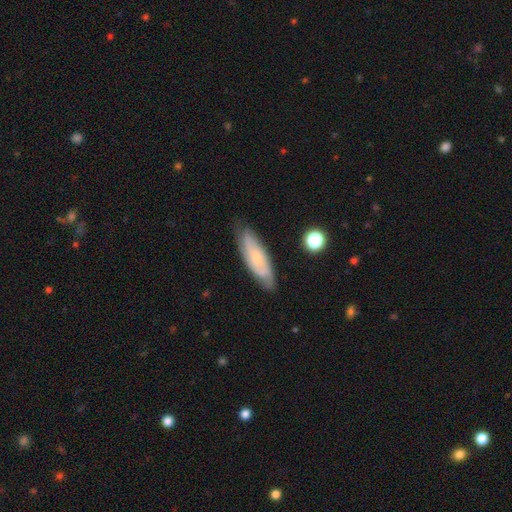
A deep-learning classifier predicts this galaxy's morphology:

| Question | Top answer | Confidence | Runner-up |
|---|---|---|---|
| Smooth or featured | featured or disk | 51% | smooth (42%) |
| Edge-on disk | no | 75% | yes (25%) |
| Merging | none | 77% | minor disturbance (18%) |